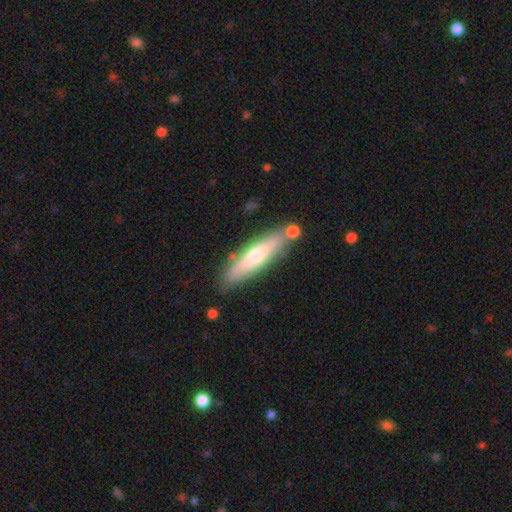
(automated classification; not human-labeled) smooth_or_featured: smooth (p=0.52) [alt: featured or disk p=0.42]
how_rounded: cigar-shaped (p=0.77) [alt: in between p=0.21]
merging: none (p=0.79) [alt: minor disturbance p=0.12]